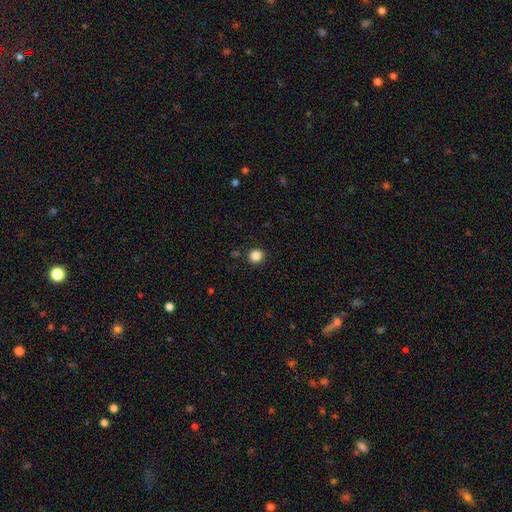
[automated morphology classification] Q: Smooth or featured?
A: smooth (85%); runner-up: star or artifact (12%)
Q: How rounded?
A: round (90%); runner-up: in between (9%)
Q: Merging?
A: none (91%); runner-up: minor disturbance (5%)